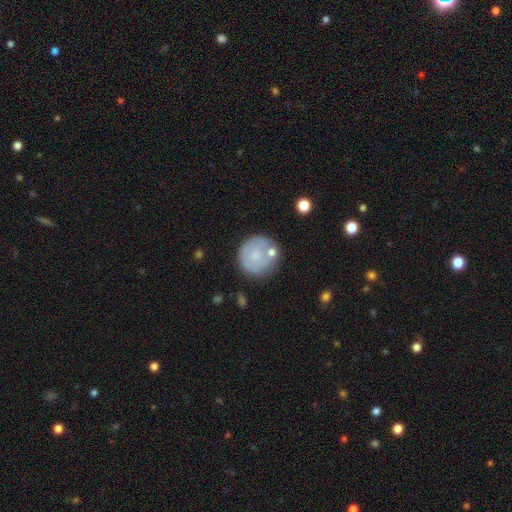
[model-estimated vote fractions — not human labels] This is likely a smooth galaxy (61%). How rounded: clearly round (94%). Merging: likely none (70%).